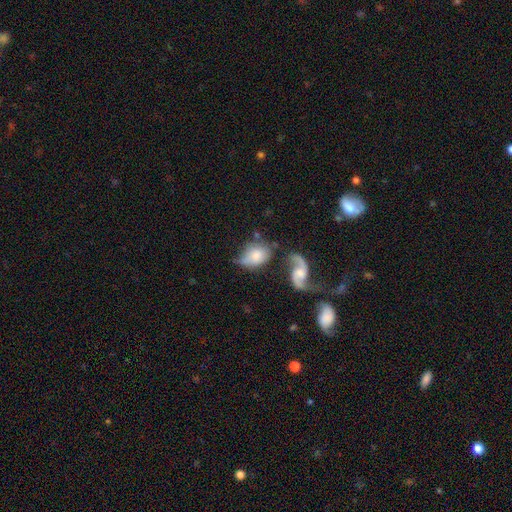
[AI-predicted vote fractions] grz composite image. It shows a smooth galaxy with no disk features (56%) that is in between round and cigar-shaped (76%). Merging: none (36%).